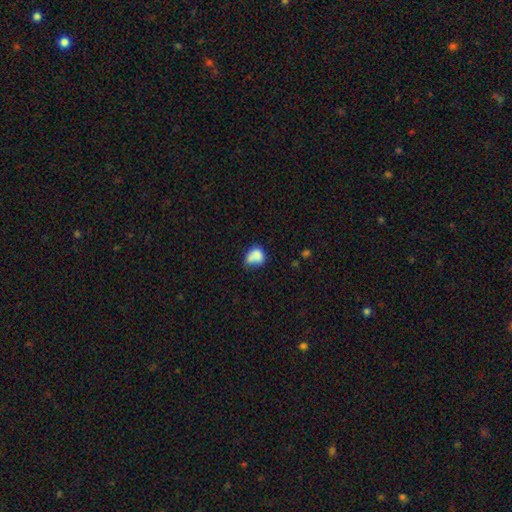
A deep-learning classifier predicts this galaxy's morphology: smooth-or-featured: smooth: 77% | featured or disk: 14% | star or artifact: 9%
  how-rounded: in between: 55% | round: 43% | cigar-shaped: 1%
  merging: none: 32% | minor disturbance: 28% | merger: 25% | major disturbance: 15%